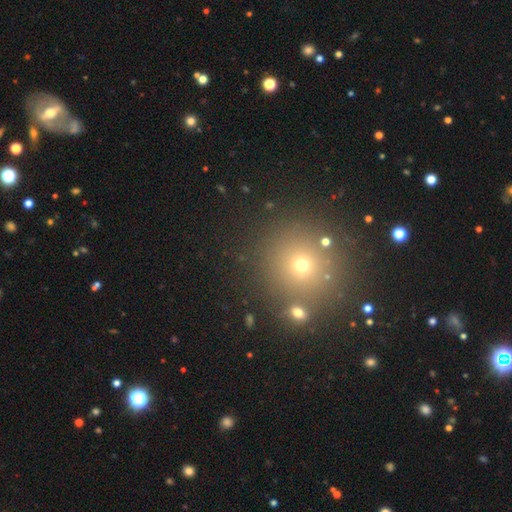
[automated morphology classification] smooth 54%, star or artifact 37%, featured or disk 9%. Down the decision tree: how rounded — round (94%); merging — none (86%).